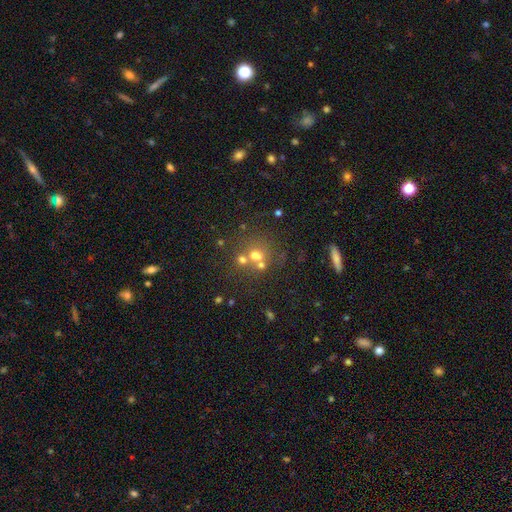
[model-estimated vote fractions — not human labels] A smooth galaxy with no disk features (57%) that is round (79%). Merging: none (46%).